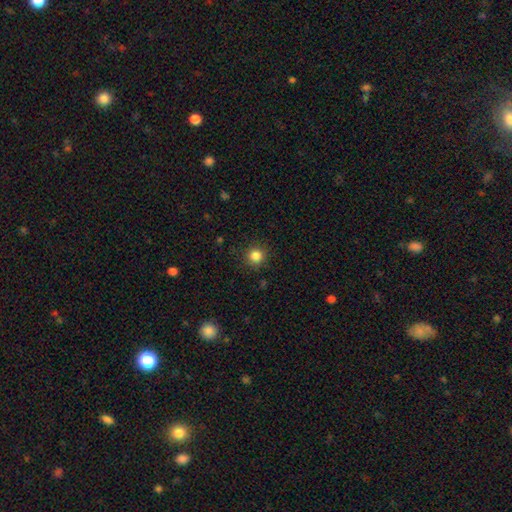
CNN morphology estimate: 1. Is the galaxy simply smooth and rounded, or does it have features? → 85% smooth, 11% star or artifact, 4% featured or disk.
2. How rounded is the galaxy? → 93% round, 6% in between, 1% cigar-shaped.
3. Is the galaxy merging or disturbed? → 89% none, 7% minor disturbance, 2% major disturbance, 1% merger.